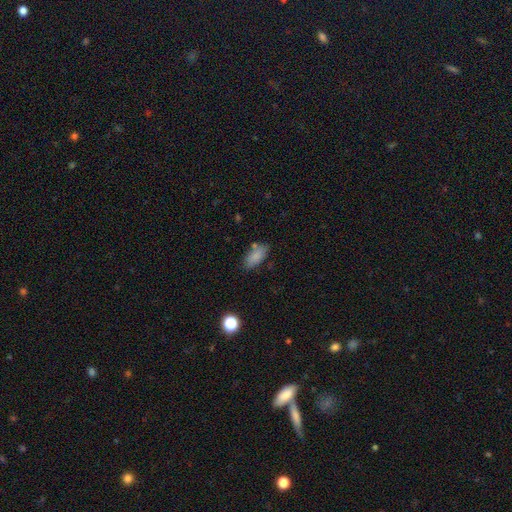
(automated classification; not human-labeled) This is clearly a smooth galaxy (85%). How rounded: clearly in between (86%). Merging: likely none (74%).